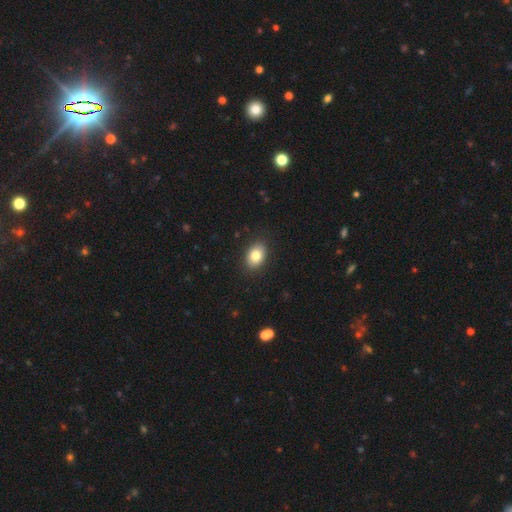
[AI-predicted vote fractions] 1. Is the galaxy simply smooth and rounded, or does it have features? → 82% smooth, 9% featured or disk, 8% star or artifact.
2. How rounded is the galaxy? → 82% in between, 17% round, 1% cigar-shaped.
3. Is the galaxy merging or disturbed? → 88% none, 9% minor disturbance, 2% major disturbance, 1% merger.